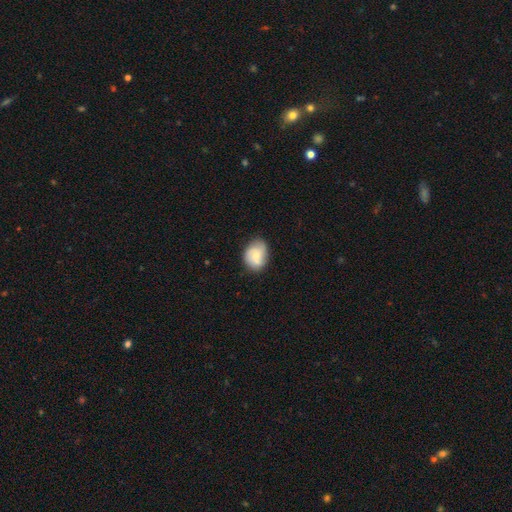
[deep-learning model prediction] Smooth or featured? smooth (58%)
How rounded? in between (57%)
Merging? none (69%)